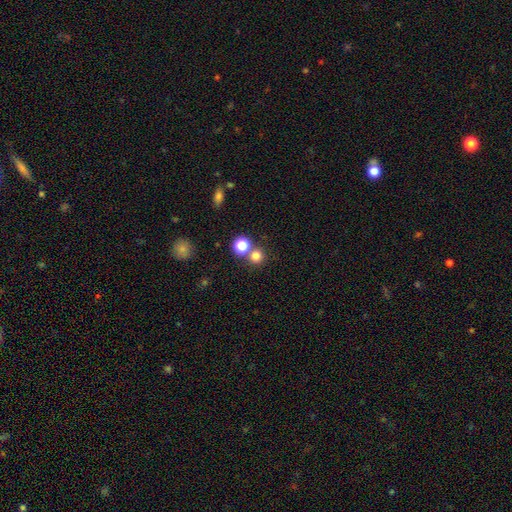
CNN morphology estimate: smooth_or_featured: smooth (p=0.76) [alt: star or artifact p=0.18]
how_rounded: round (p=0.90) [alt: in between p=0.09]
merging: none (p=0.66) [alt: merger p=0.24]